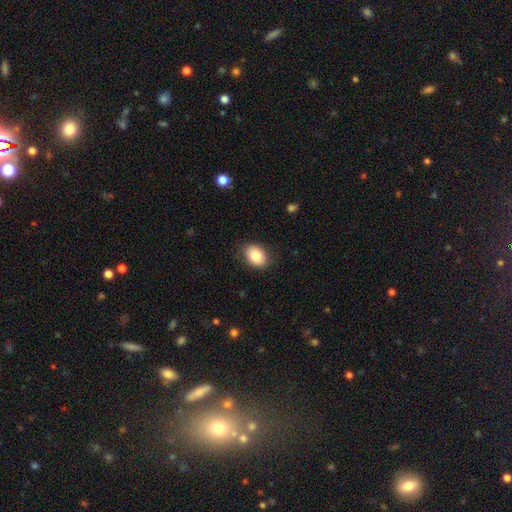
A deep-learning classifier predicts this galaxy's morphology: Overall: smooth (84%). How rounded: in between (76%). Merging: none (84%).